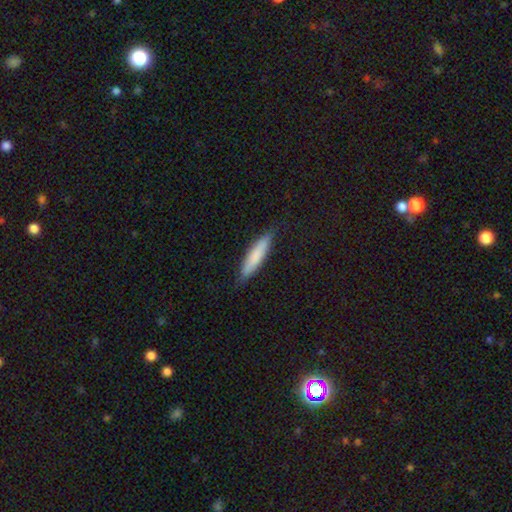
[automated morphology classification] This appears to be a smooth galaxy with no disk features (77%) that is cigar-shaped (84%). Merging: none (84%).